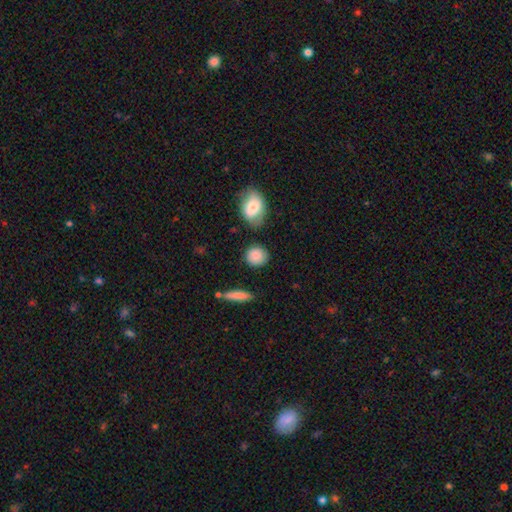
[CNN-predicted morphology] Q: Smooth or featured?
A: smooth (85%); runner-up: star or artifact (7%)
Q: How rounded?
A: round (82%); runner-up: in between (16%)
Q: Merging?
A: none (81%); runner-up: minor disturbance (12%)